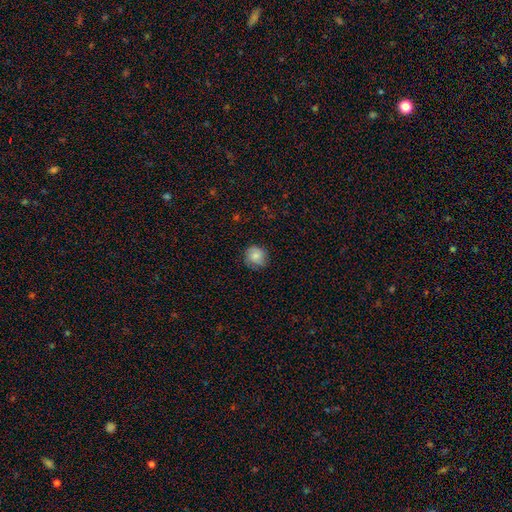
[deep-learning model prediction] Smooth or featured? smooth (76%)
How rounded? round (86%)
Merging? none (77%)